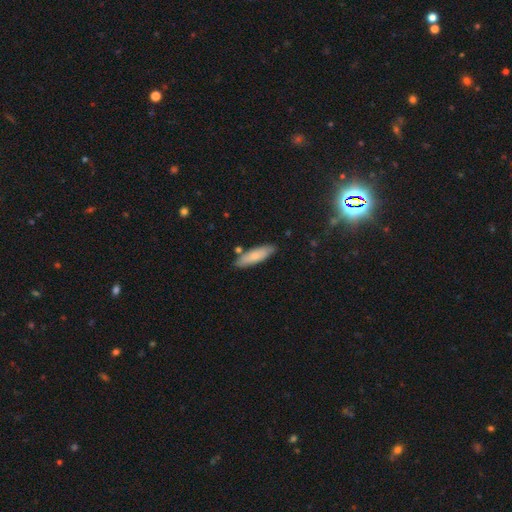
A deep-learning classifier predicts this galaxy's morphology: smooth 76%, featured or disk 19%, star or artifact 5%. Down the decision tree: how rounded — cigar-shaped (58%); merging — none (80%).